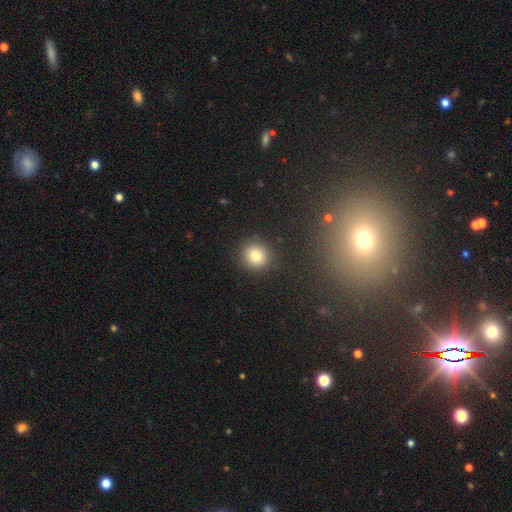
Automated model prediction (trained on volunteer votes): The model was most divided on "smooth or featured": smooth: 83%, star or artifact: 11%, featured or disk: 6%. More confident: merging — none (88%); how rounded — round (86%).